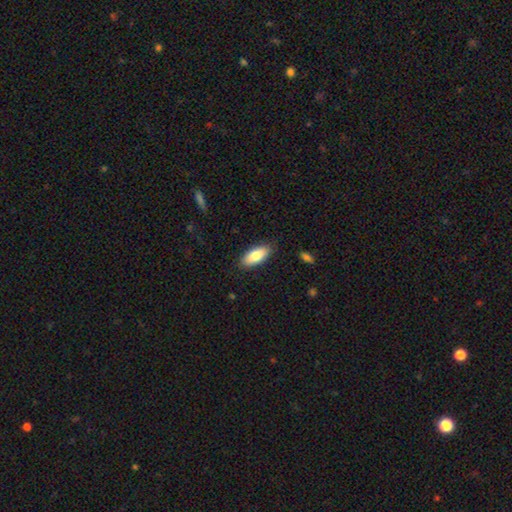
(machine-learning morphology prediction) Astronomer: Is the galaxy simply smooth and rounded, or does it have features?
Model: smooth — 82%.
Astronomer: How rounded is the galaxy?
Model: in between — 84%.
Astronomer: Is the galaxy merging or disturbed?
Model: none — 85%.